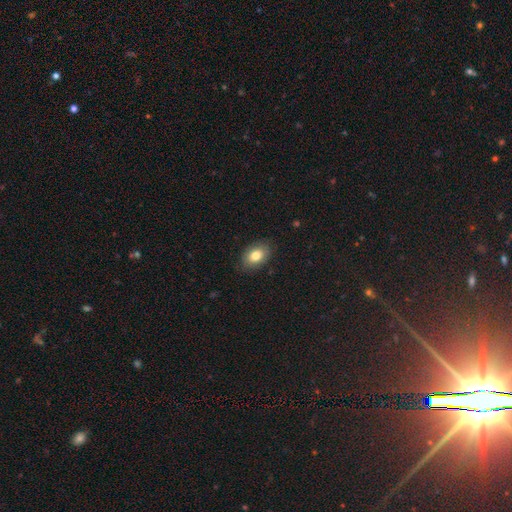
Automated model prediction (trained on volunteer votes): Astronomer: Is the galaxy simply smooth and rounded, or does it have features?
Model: smooth — 78%.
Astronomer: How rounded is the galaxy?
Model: in between — 82%.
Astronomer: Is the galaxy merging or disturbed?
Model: none — 83%.